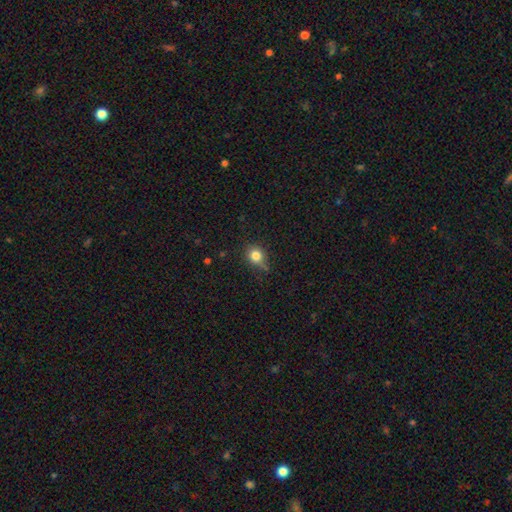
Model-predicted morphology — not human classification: This is likely a smooth galaxy (80%). How rounded: likely round (75%). Merging: likely none (61%).